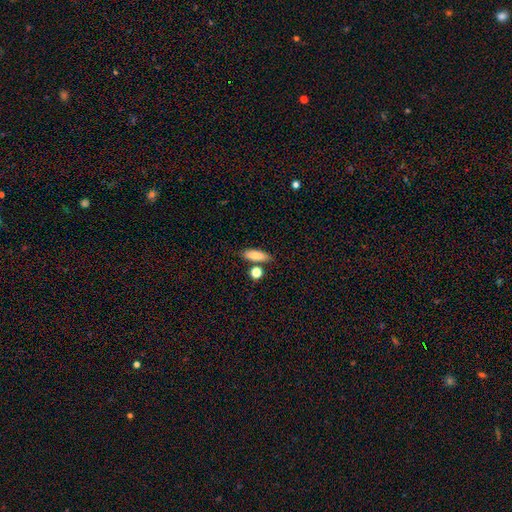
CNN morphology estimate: Smooth or featured? Predicted: smooth (p=0.83). How rounded? Predicted: in between (p=0.62). Merging? Predicted: none (p=0.72).